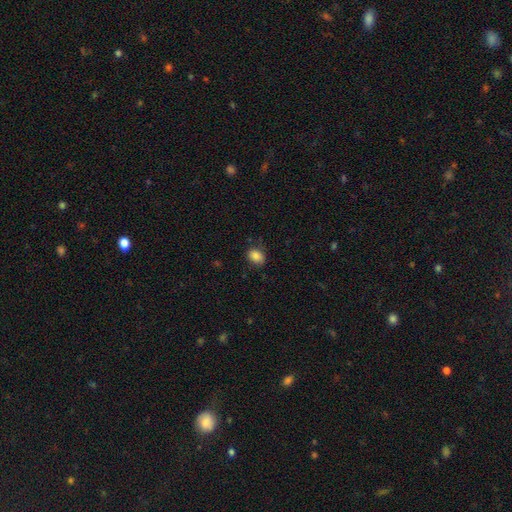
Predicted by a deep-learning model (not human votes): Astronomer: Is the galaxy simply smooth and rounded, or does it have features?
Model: smooth — 85%.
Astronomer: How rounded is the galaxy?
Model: in between — 59% (runner-up: round, 40%).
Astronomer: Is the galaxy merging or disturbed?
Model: none — 77%.